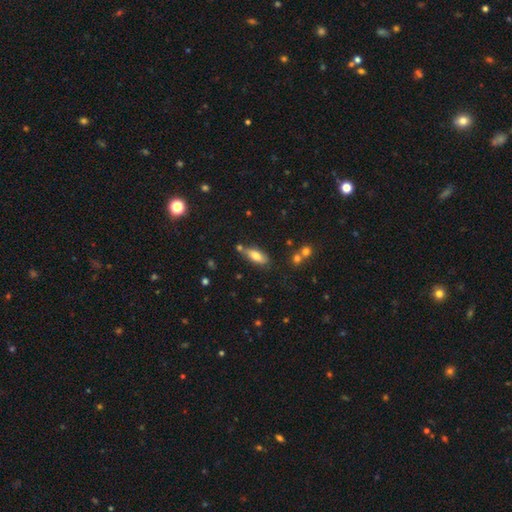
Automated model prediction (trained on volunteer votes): Q: Smooth or featured?
A: smooth (74%); runner-up: featured or disk (18%)
Q: How rounded?
A: in between (74%); runner-up: cigar-shaped (24%)
Q: Merging?
A: none (67%); runner-up: minor disturbance (17%)